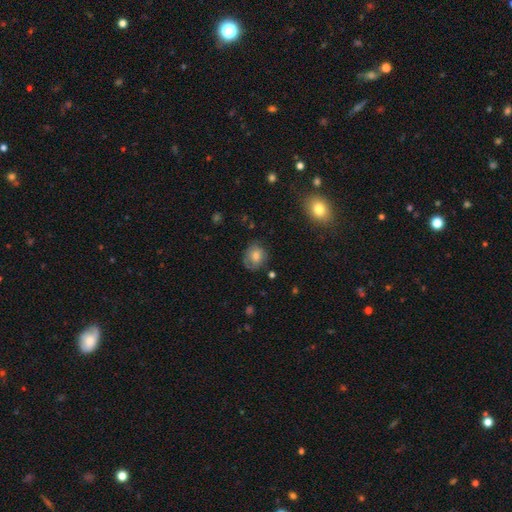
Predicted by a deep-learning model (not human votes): This appears to be a smooth galaxy with no disk features (64%) that is round (70%). Merging: none (70%).